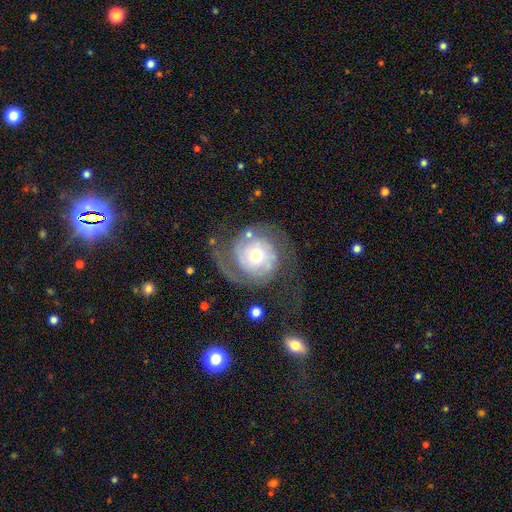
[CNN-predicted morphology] This appears to be a featured or disk galaxy (79%) with no bar (73%), 2 (66%) tight (45%) spiral arms (92%) and a moderate central bulge (65%). Merging: none (57%).